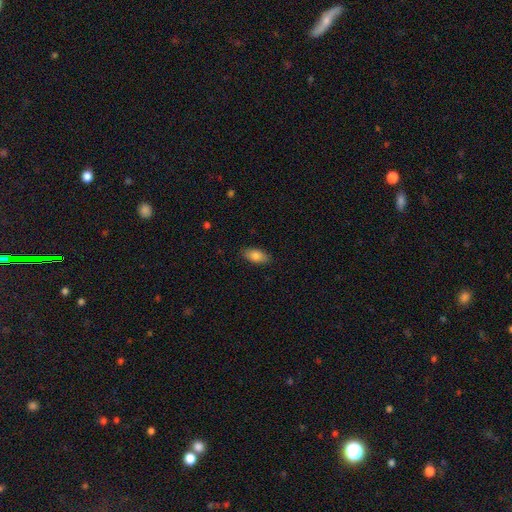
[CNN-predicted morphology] type=smooth (83%); roundness=in between (90%); merging=none (87%).